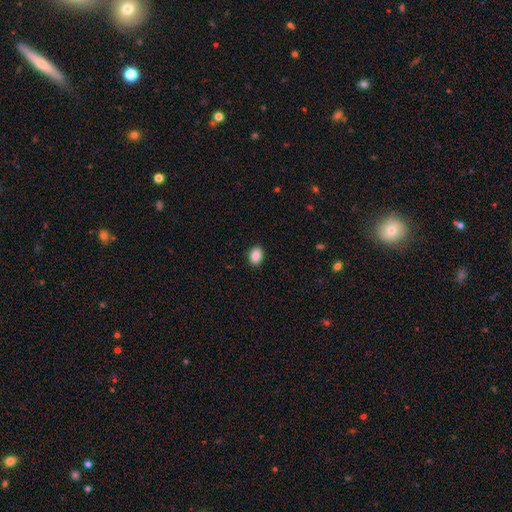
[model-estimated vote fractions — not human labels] Morphology: type=smooth (89%); roundness=in between (76%); merging=none (90%).